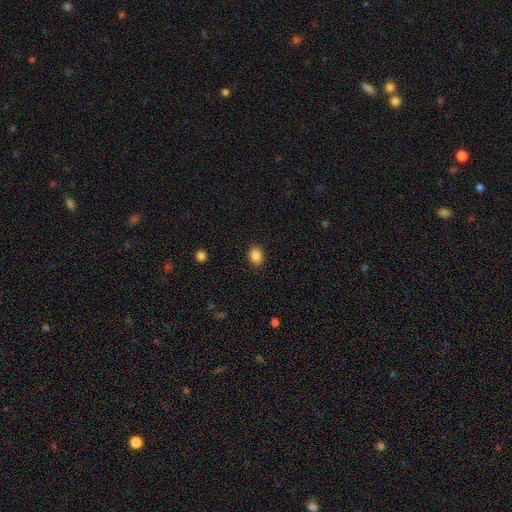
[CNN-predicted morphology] Smooth or featured: smooth — 88% (star or artifact — 9%)
How rounded: in between — 58% (round — 41%)
Merging: none — 89% (minor disturbance — 8%)